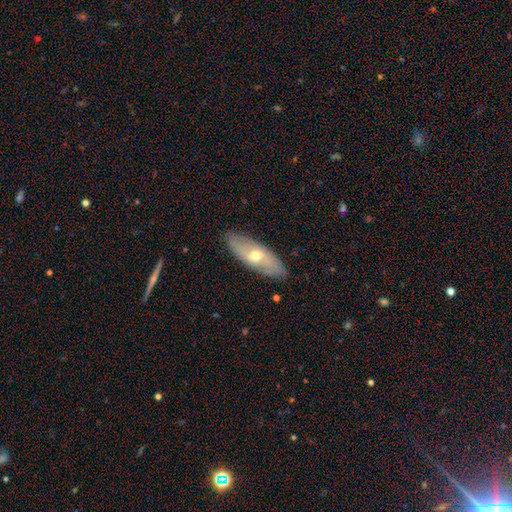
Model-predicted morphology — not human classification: smooth_or_featured: featured or disk (p=0.49) [alt: smooth p=0.45]
merging: none (p=0.84) [alt: minor disturbance p=0.12]